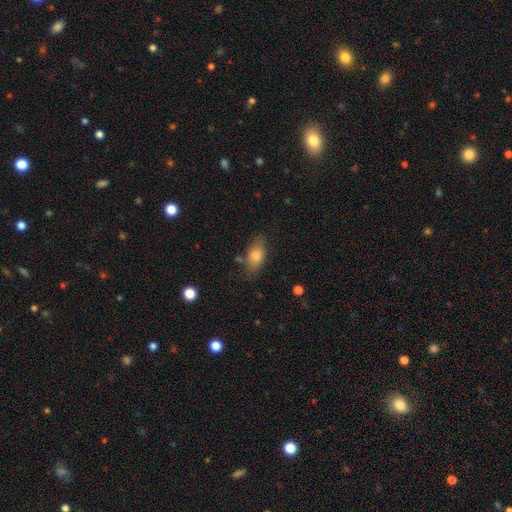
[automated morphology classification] type=smooth (77%); roundness=in between (83%); merging=none (74%).